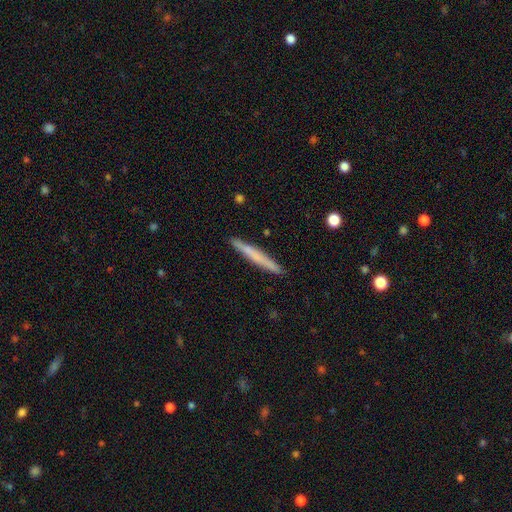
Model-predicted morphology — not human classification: Smooth or featured: smooth — 62% (featured or disk — 33%)
How rounded: cigar-shaped — 96% (in between — 2%)
Merging: none — 91% (minor disturbance — 7%)